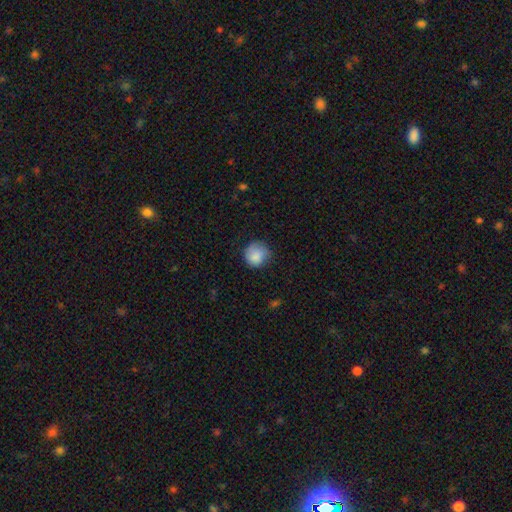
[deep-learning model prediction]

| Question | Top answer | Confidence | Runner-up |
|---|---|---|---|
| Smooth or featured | smooth | 84% | featured or disk (9%) |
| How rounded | round | 87% | in between (12%) |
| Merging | none | 64% | minor disturbance (27%) |